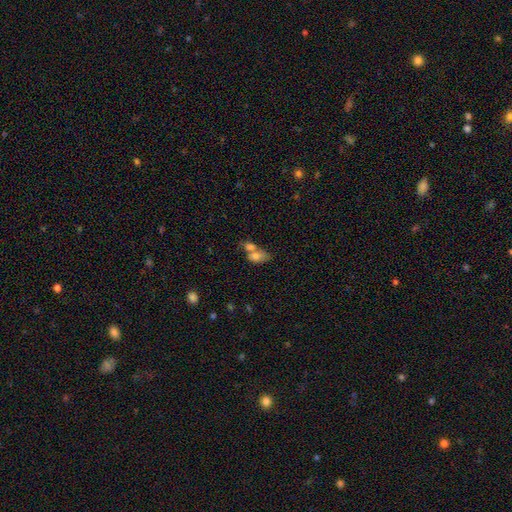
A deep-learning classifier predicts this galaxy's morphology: Overall: smooth (74%). How rounded: in between (83%). Merging: merger (65%).